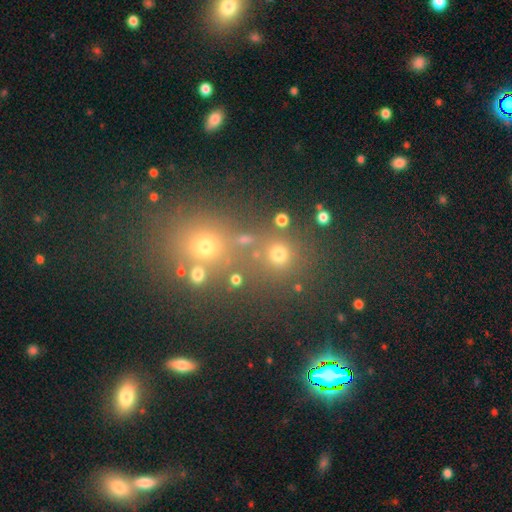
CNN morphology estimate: Overall: smooth (48%; star or artifact 40%). Merging: none (61%; merger 24%).